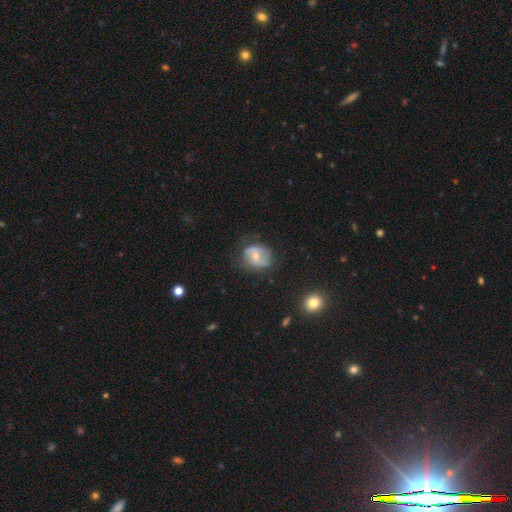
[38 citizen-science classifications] Smooth or featured?
  - featured or disk: 61% *
  - smooth: 32%
  - star or artifact: 8%
Edge-on disk?
  - no: 100% *
  - yes: 0%
Bar?
  - no: 61% *
  - weak: 30%
  - strong: 9%
Spiral arms?
  - yes: 57% *
  - no: 43%
Spiral winding?
  - loose: 46% *
  - medium: 38%
  - tight: 15%
Spiral arm count?
  - 2: 77% *
  - 1: 8%
  - 3: 8%
  - can't tell: 8%
  - 4: 0%
  - more than 4: 0%
Bulge size?
  - moderate: 43% * (tied)
  - small: 43% * (tied)
  - large: 9%
  - none: 4%
  - dominant: 0%
Merging?
  - none: 57% *
  - minor disturbance: 31%
  - major disturbance: 11%
  - merger: 0%